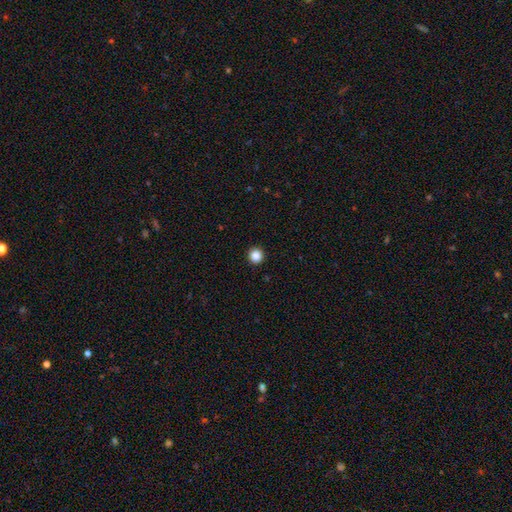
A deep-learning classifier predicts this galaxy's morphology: This appears to be a smooth galaxy with no disk features (87%) that is round (96%). Merging: none (94%).